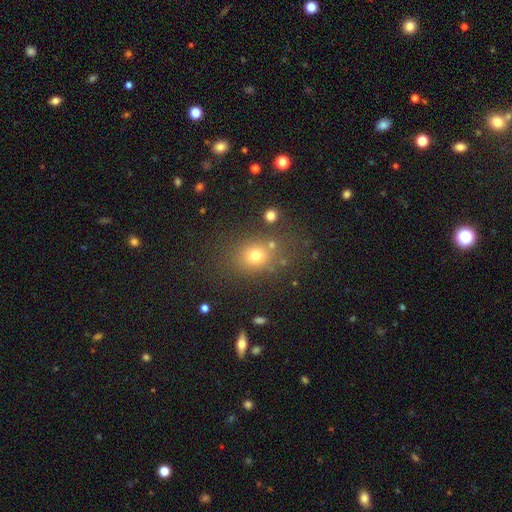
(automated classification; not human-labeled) Smooth or featured?
  - smooth: 70% *
  - star or artifact: 19%
  - featured or disk: 11%
How rounded?
  - round: 60% *
  - in between: 39%
  - cigar-shaped: 1%
Merging?
  - none: 73% *
  - minor disturbance: 13%
  - merger: 8%
  - major disturbance: 6%